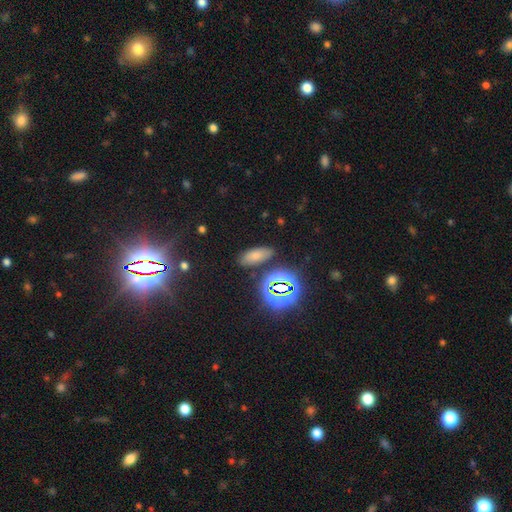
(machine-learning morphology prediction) smooth-or-featured: smooth: 63% | star or artifact: 28% | featured or disk: 9%
  how-rounded: in between: 80% | cigar-shaped: 13% | round: 7%
  merging: none: 83% | minor disturbance: 10% | merger: 4% | major disturbance: 3%